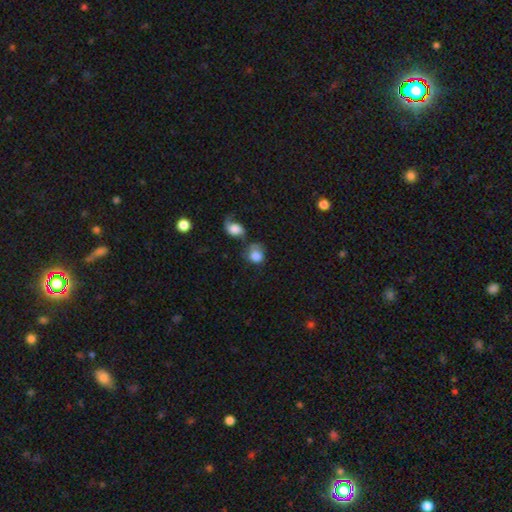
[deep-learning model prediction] This appears to be a smooth galaxy with no disk features (77%) that is round (59%). Merging: merger (31%).